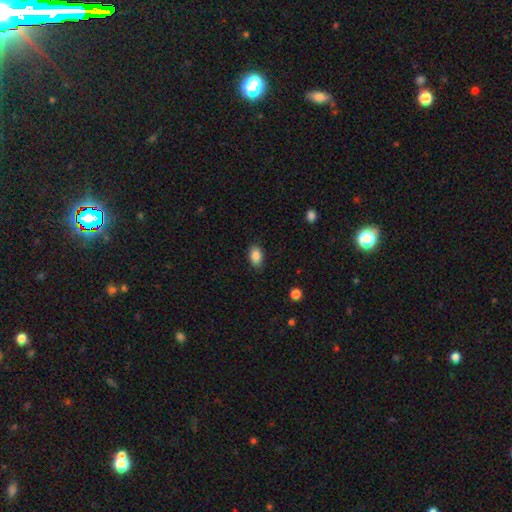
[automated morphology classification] This appears to be a smooth galaxy with no disk features (87%) that is in between round and cigar-shaped (88%). Merging: none (84%).